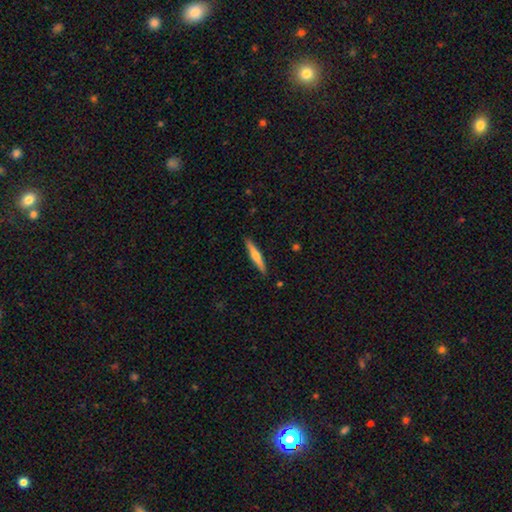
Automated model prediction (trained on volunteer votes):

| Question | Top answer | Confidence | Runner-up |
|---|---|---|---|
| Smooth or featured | smooth | 52% | featured or disk (43%) |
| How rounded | cigar-shaped | 92% | in between (6%) |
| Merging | none | 90% | minor disturbance (7%) |